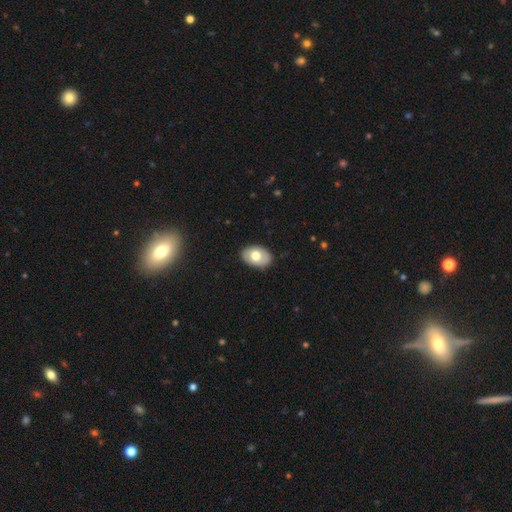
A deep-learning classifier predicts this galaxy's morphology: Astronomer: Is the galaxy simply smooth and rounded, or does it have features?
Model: smooth — 68%.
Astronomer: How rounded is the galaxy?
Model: in between — 85%.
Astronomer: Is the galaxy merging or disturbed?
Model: none — 86%.